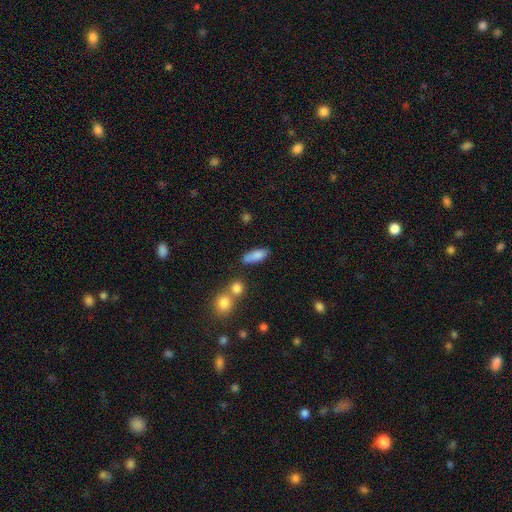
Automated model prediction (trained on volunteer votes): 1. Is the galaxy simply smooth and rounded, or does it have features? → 82% smooth, 10% featured or disk, 8% star or artifact.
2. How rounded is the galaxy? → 69% in between, 26% cigar-shaped, 4% round.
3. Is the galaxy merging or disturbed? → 64% none, 18% minor disturbance, 13% merger, 5% major disturbance.